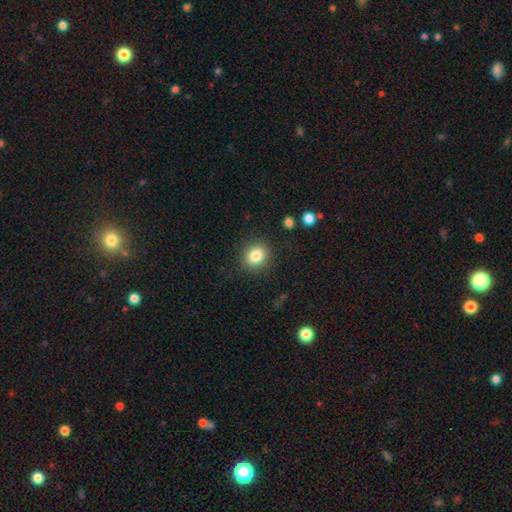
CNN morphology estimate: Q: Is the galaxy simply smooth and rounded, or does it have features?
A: smooth — 83%.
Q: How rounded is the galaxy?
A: round — 75%.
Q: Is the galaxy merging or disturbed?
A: none — 88%.